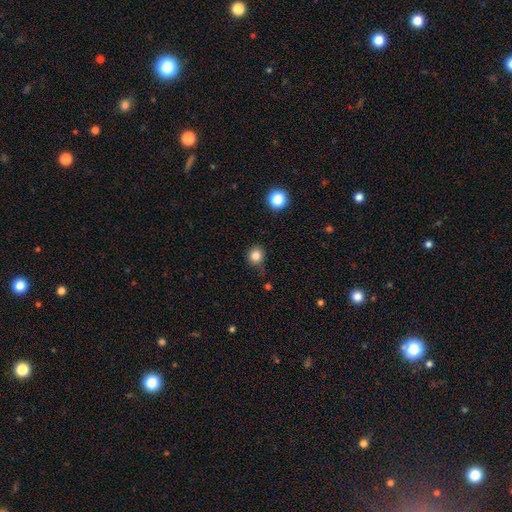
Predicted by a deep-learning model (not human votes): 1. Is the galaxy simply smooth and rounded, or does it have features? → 83% smooth, 13% star or artifact, 5% featured or disk.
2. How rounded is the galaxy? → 87% round, 12% in between, 1% cigar-shaped.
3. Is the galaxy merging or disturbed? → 74% none, 19% minor disturbance, 4% major disturbance, 3% merger.